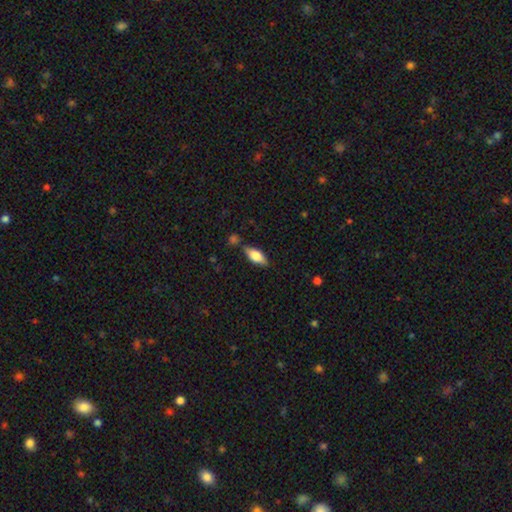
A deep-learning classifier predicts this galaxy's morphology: This is likely a smooth galaxy (68%). How rounded: likely in between (79%). Merging: likely none (77%).